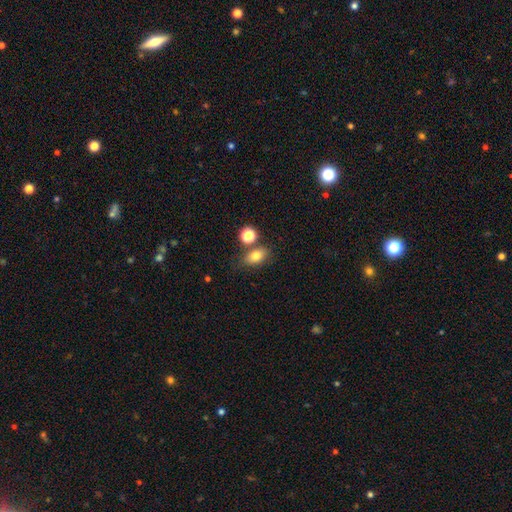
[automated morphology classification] smooth 78%, star or artifact 11%, featured or disk 11%. Down the decision tree: how rounded — in between (77%); merging — none (67%).